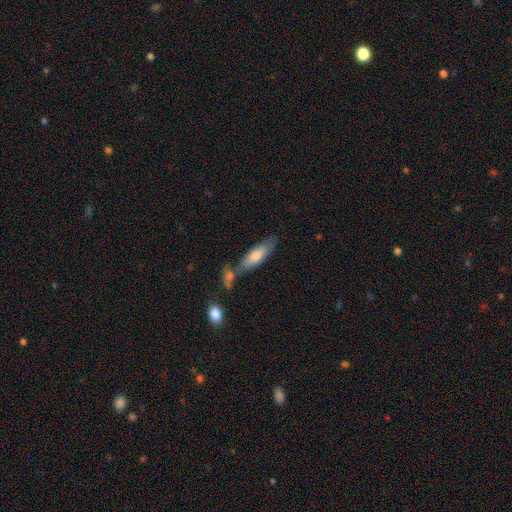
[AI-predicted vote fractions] Overall: smooth (68%). How rounded: cigar-shaped (60%; in between 39%). Merging: none (63%).